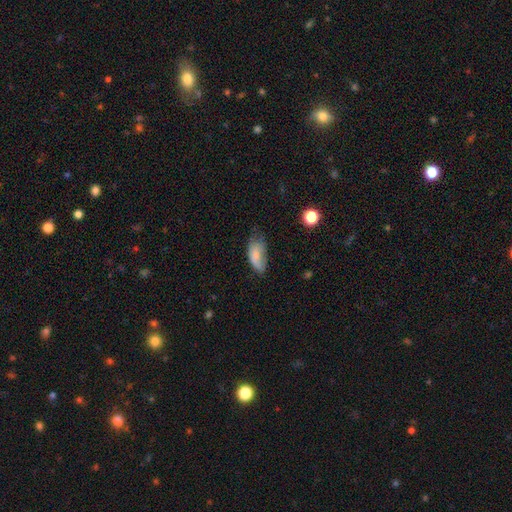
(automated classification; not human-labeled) A smooth galaxy with no disk features (76%) that is in between round and cigar-shaped (91%). Merging: none (40%).